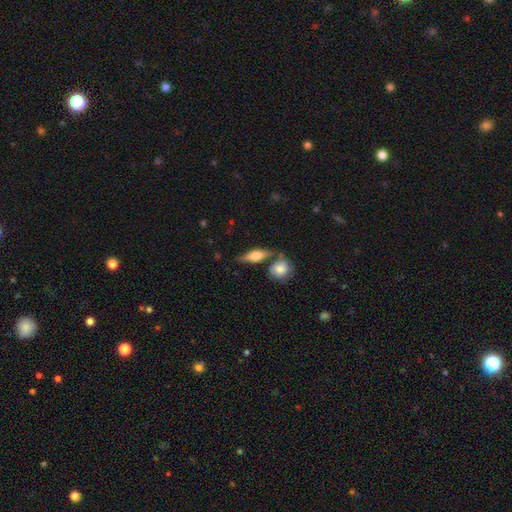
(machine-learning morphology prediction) Smooth or featured: featured or disk — 50% (smooth — 43%)
Edge-on disk: yes — 91% (no — 9%)
Merging: none — 69% (merger — 15%)